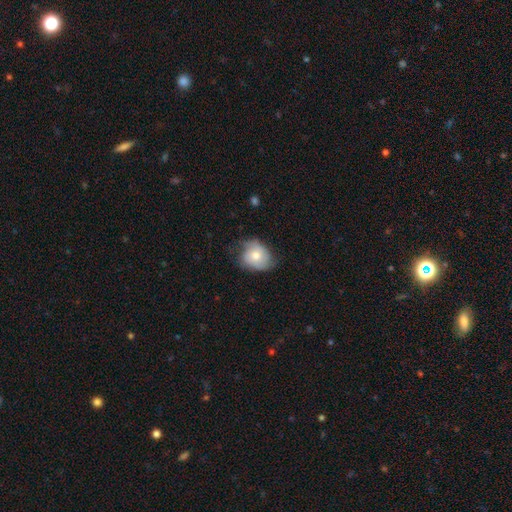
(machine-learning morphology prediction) smooth_or_featured: smooth (p=0.62) [alt: featured or disk p=0.31]
how_rounded: round (p=0.53) [alt: in between p=0.46]
merging: none (p=0.54) [alt: minor disturbance p=0.34]